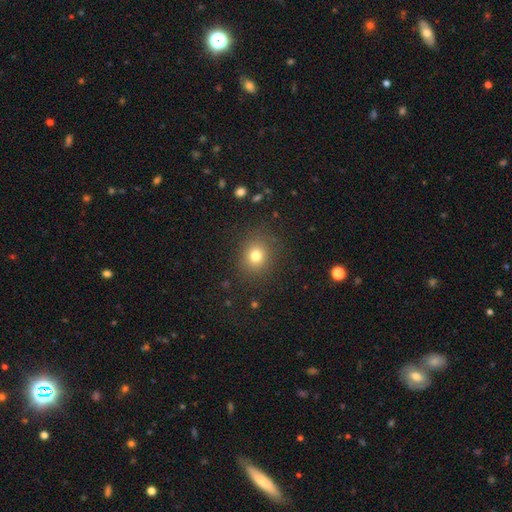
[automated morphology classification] Smooth or featured: smooth — 77% (star or artifact — 14%)
How rounded: round — 74% (in between — 25%)
Merging: none — 86% (minor disturbance — 9%)